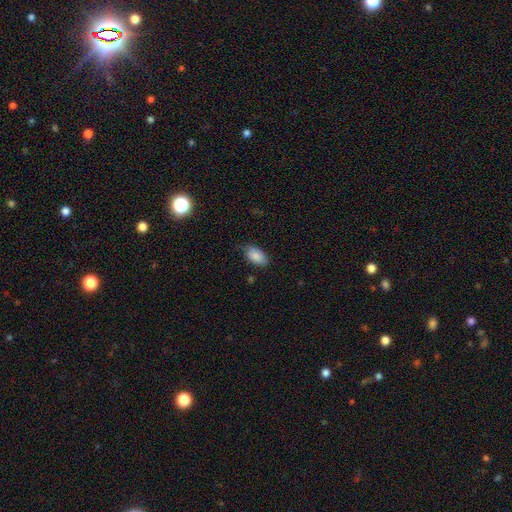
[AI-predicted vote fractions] The model was most divided on "merging": none: 74%, minor disturbance: 21%, major disturbance: 4%, merger: 1%. More confident: how rounded — in between (93%); smooth or featured — smooth (87%).